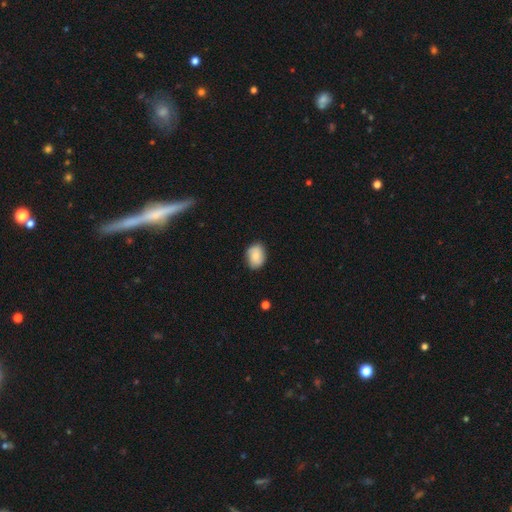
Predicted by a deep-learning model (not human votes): A smooth galaxy with no disk features (81%) that is in between round and cigar-shaped (64%). Merging: none (82%).